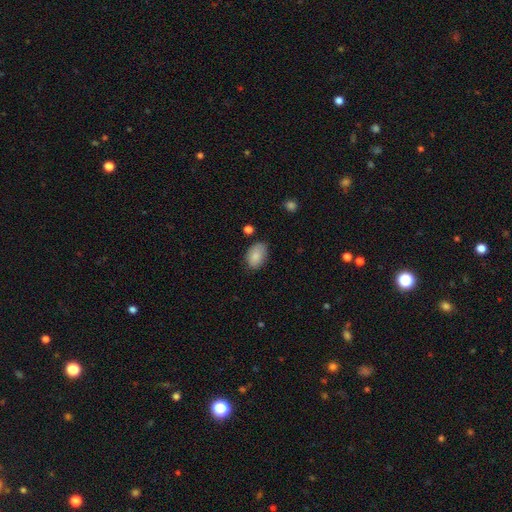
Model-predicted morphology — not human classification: Smooth or featured: smooth — 85% (featured or disk — 8%)
How rounded: in between — 87% (round — 12%)
Merging: none — 73% (minor disturbance — 20%)